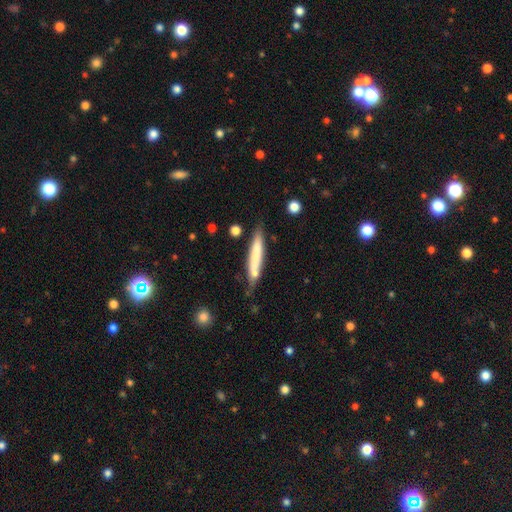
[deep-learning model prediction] A smooth galaxy with no disk features (65%) that is cigar-shaped (93%).

Vote fractions:
- Smooth or featured? smooth: 65% / featured or disk: 29% / star or artifact: 6%
- How rounded? cigar-shaped: 93% / in between: 6% / round: 1%
- Merging? none: 68% / minor disturbance: 21% / merger: 7% / major disturbance: 4%